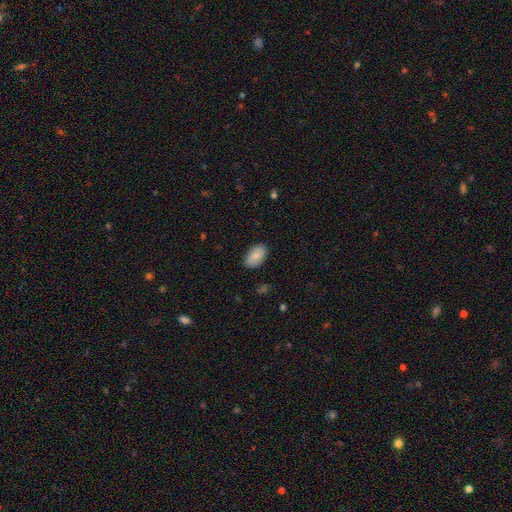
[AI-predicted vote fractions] A smooth galaxy with no disk features (84%) that is in between round and cigar-shaped (94%). Merging: none (87%).